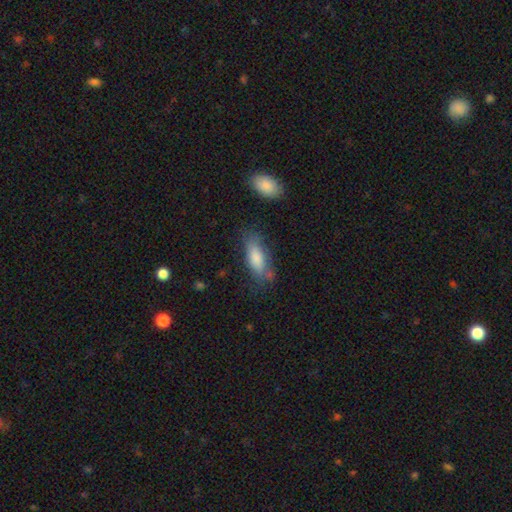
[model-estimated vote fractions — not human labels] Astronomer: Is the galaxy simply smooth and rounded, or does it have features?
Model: smooth — 67%.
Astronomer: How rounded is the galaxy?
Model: in between — 64%.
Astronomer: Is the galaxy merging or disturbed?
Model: none — 70%.